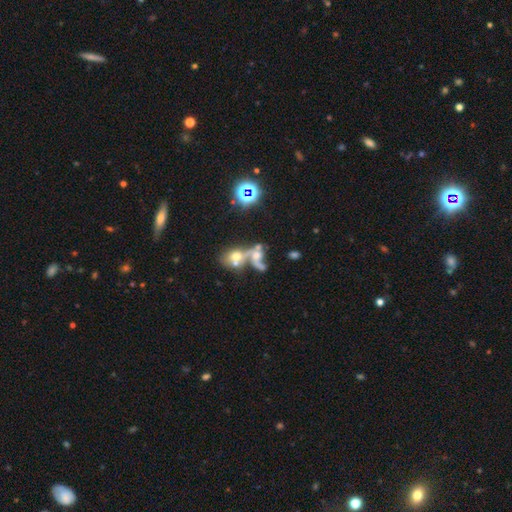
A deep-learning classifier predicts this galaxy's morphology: smooth-or-featured: featured or disk: 44% | smooth: 31% | star or artifact: 26%
  merging: merger: 62% | none: 19% | major disturbance: 12% | minor disturbance: 7%